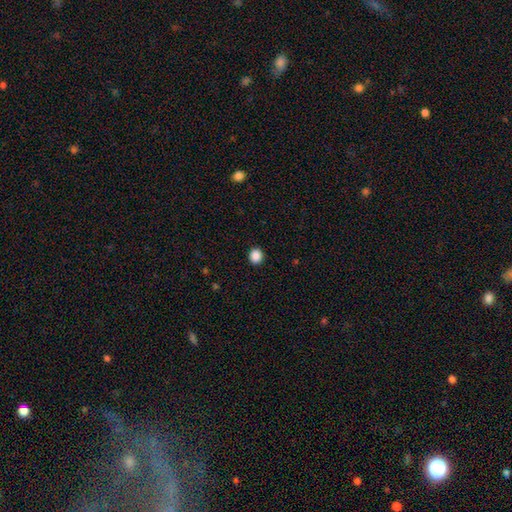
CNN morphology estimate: Smooth or featured?
  - smooth: 88% *
  - star or artifact: 10%
  - featured or disk: 2%
How rounded?
  - round: 79% *
  - in between: 20%
  - cigar-shaped: 1%
Merging?
  - none: 92% *
  - minor disturbance: 5%
  - major disturbance: 2%
  - merger: 1%